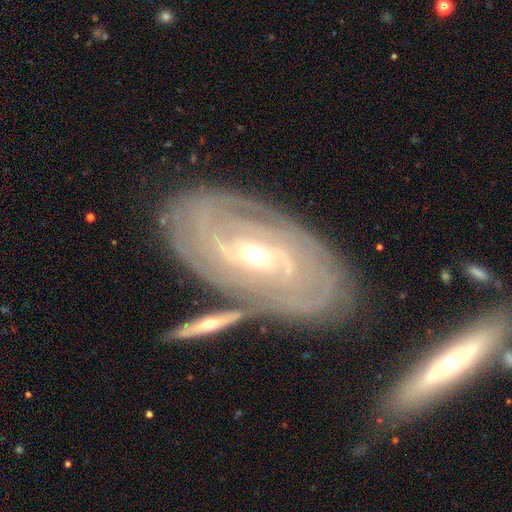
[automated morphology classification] Smooth or featured? featured or disk (88%)
Edge-on disk? no (93%)
Bar? weak (38%)
Spiral arms? yes (93%)
Spiral winding? tight (72%)
Spiral arm count? 2 (36%)
Bulge size? moderate (57%)
Merging? none (65%)